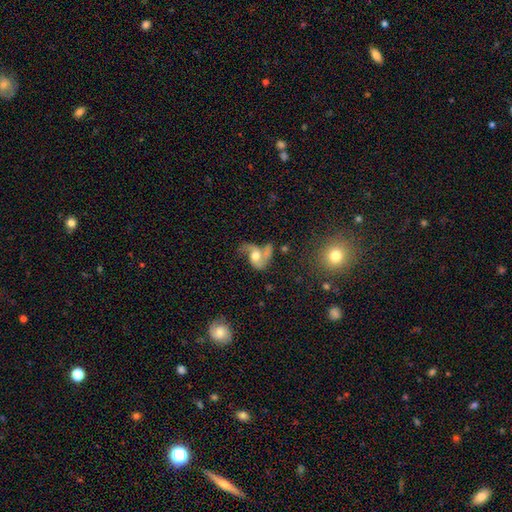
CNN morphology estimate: The model was most divided on "merging": none: 30%, major disturbance: 27%, merger: 25%, minor disturbance: 18%. More confident: edge-on disk — no (97%); spiral arms — yes (86%); spiral arm count — 2 (77%); smooth or featured — featured or disk (70%); bar — no (66%); bulge size — moderate (63%); spiral winding — loose (62%).